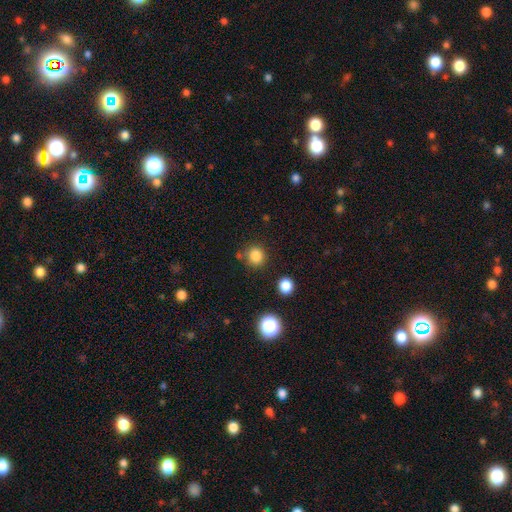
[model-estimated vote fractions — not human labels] Morphology: type=smooth (82%); roundness=round (90%); merging=none (79%).